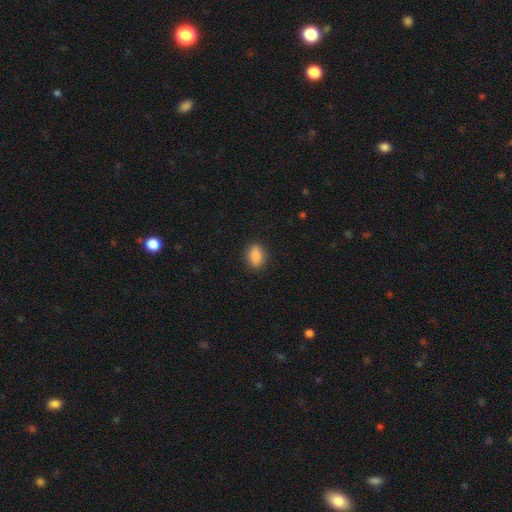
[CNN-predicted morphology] This appears to be a smooth galaxy with no disk features (88%) that is in between round and cigar-shaped (84%). Merging: none (88%).